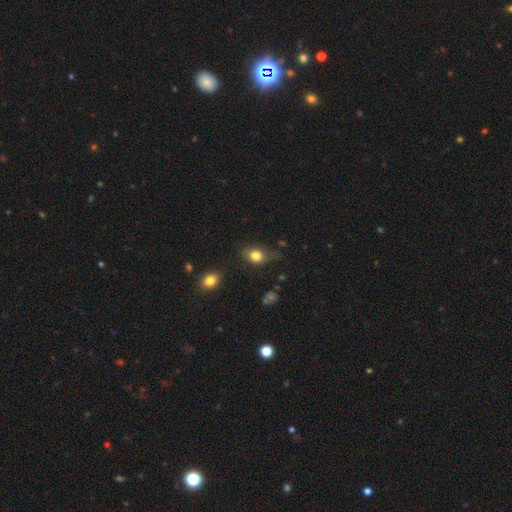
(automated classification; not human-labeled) Smooth or featured?
  - smooth: 80% *
  - star or artifact: 10%
  - featured or disk: 10%
How rounded?
  - in between: 64% *
  - round: 34%
  - cigar-shaped: 2%
Merging?
  - none: 64% *
  - minor disturbance: 26%
  - major disturbance: 8%
  - merger: 2%